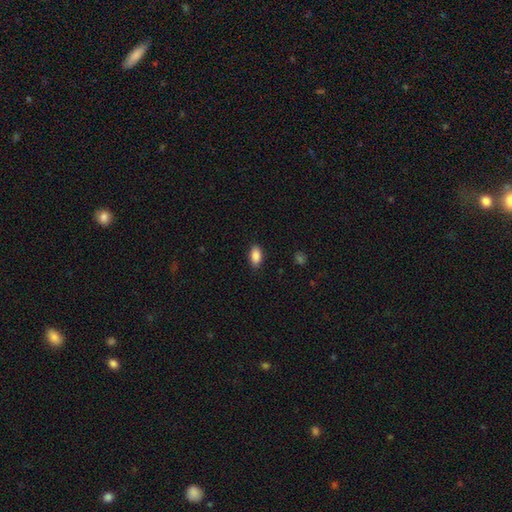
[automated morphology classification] A smooth galaxy with no disk features (88%) that is in between round and cigar-shaped (92%).

Vote fractions:
- Smooth or featured? smooth: 88% / star or artifact: 7% / featured or disk: 4%
- How rounded? in between: 92% / round: 4% / cigar-shaped: 4%
- Merging? none: 87% / minor disturbance: 10% / major disturbance: 2% / merger: 1%